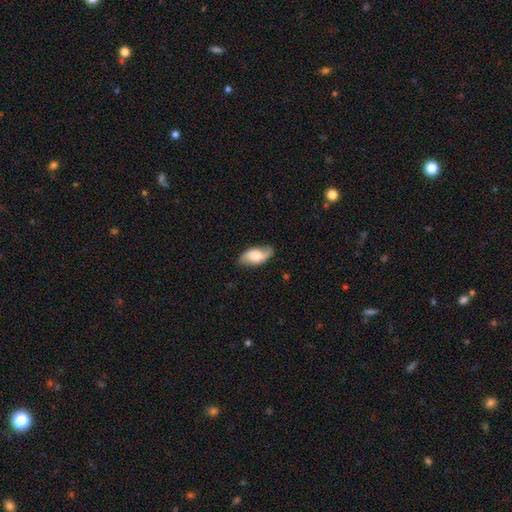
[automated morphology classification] smooth_or_featured: featured or disk (p=0.53) [alt: smooth p=0.40]
disk_edge_on: no (p=0.90) [alt: yes p=0.10]
merging: none (p=0.77) [alt: minor disturbance p=0.17]